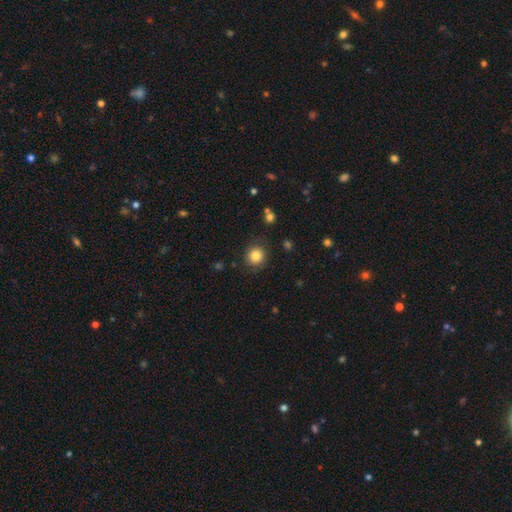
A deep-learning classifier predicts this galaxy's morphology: This is clearly a smooth galaxy (83%). How rounded: clearly round (87%). Merging: clearly none (82%).